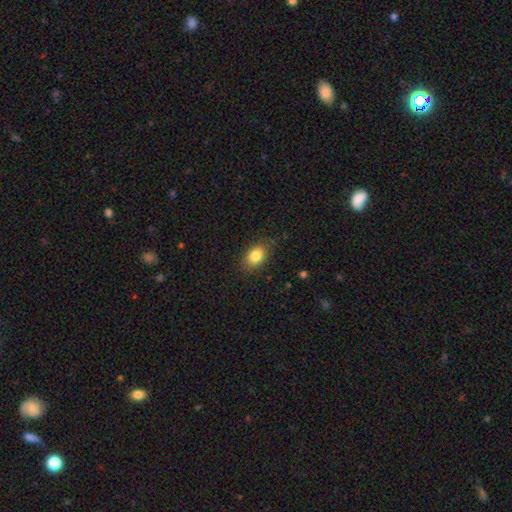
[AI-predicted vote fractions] This is clearly a smooth galaxy (84%). How rounded: likely in between (79%). Merging: clearly none (83%).